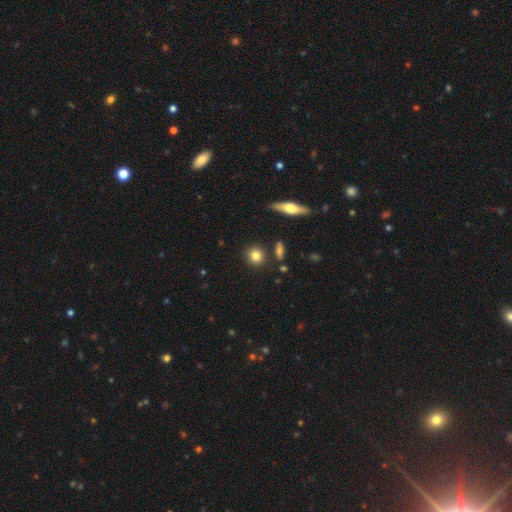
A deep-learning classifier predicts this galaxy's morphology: A smooth galaxy with no disk features (80%) that is round (84%).

Vote fractions:
- Smooth or featured? smooth: 80% / featured or disk: 11% / star or artifact: 9%
- How rounded? round: 84% / in between: 13% / cigar-shaped: 2%
- Merging? none: 85% / minor disturbance: 8% / merger: 5% / major disturbance: 2%